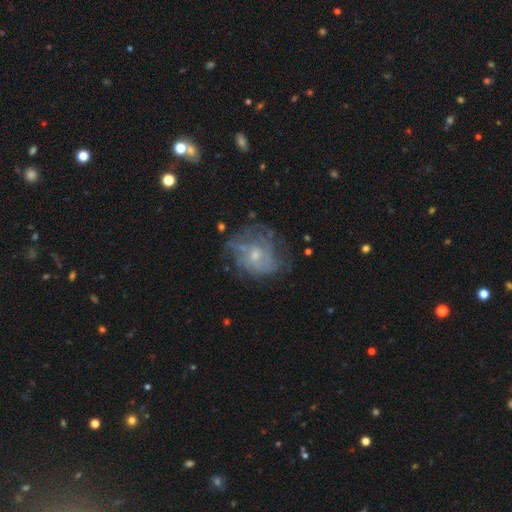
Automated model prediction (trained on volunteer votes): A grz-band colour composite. It shows a featured or disk galaxy (67%) with no bar (73%), spiral arms (66%) and a small central bulge (59%). Merging: none (54%).